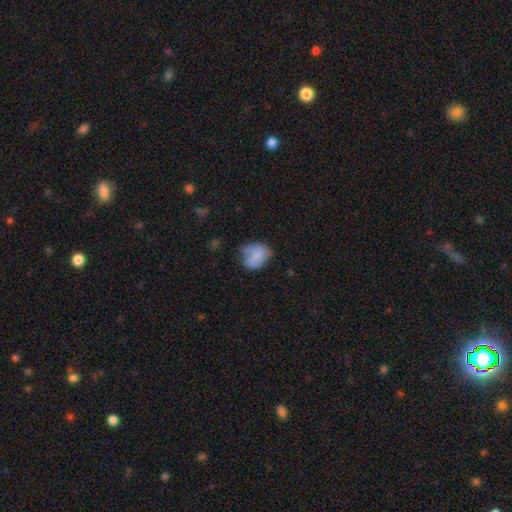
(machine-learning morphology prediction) This is likely a smooth galaxy (75%). How rounded: possibly round (56%). Merging: possibly none (53%).